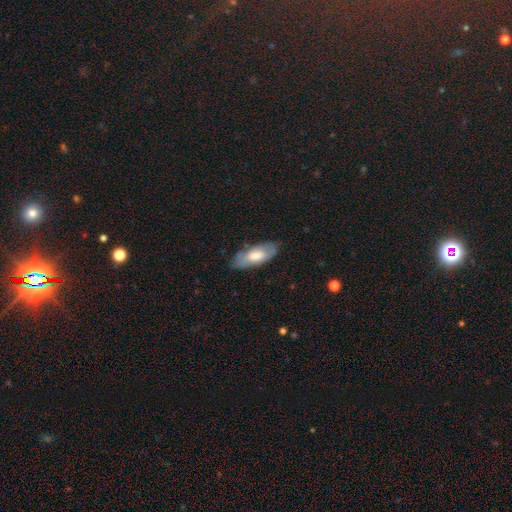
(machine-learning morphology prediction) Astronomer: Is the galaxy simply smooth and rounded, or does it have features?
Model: smooth — 63%.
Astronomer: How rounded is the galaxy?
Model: in between — 81%.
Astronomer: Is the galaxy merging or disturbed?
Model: none — 76%.